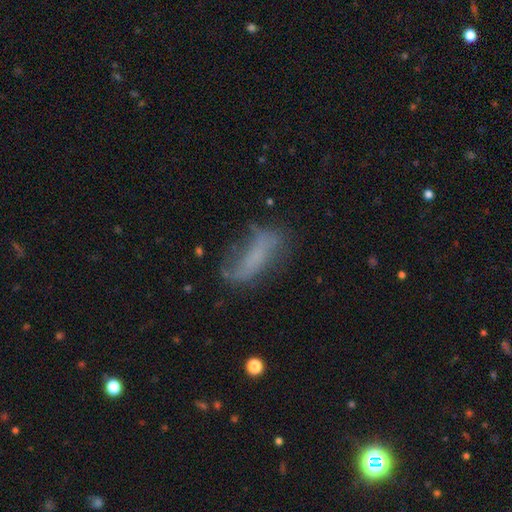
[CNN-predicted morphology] Q: Smooth or featured?
A: smooth (48%); runner-up: featured or disk (40%)
Q: Merging?
A: none (46%); runner-up: minor disturbance (28%)